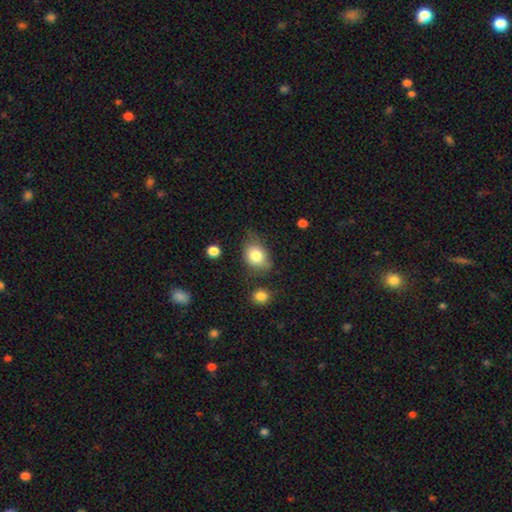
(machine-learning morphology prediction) Smooth or featured? smooth (81%)
How rounded? in between (67%)
Merging? none (58%)